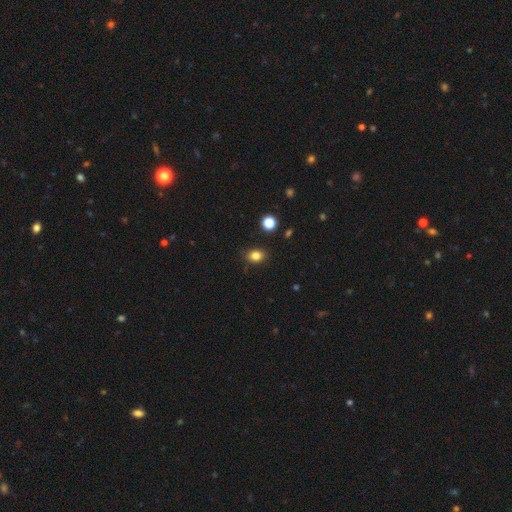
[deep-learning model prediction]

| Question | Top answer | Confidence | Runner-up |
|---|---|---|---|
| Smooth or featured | smooth | 83% | star or artifact (12%) |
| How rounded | in between | 61% | round (38%) |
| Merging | none | 84% | minor disturbance (12%) |